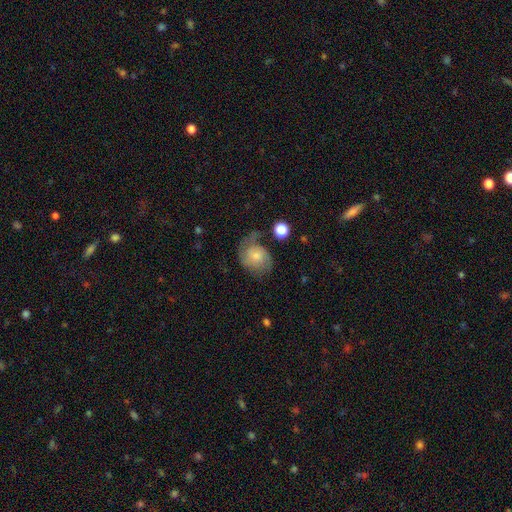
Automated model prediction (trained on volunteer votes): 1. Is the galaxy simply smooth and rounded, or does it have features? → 53% featured or disk, 39% smooth, 8% star or artifact.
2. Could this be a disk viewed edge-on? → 97% no, 3% yes.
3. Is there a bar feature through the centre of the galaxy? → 73% no, 23% weak, 3% strong.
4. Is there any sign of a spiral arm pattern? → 85% yes, 15% no.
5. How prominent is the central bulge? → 56% small, 32% moderate, 6% none, 4% large, 2% dominant.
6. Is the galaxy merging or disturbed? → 41% none, 28% minor disturbance, 25% major disturbance, 6% merger.